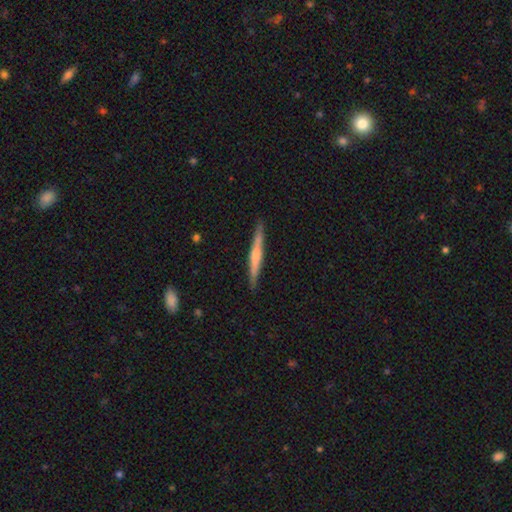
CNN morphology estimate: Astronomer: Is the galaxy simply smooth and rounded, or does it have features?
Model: featured or disk — 53% (runner-up: smooth, 41%).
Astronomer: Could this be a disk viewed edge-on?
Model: yes — 97%.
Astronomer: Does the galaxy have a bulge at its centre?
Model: rounded — 47% (runner-up: none, 37%).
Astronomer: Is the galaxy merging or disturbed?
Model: none — 90%.